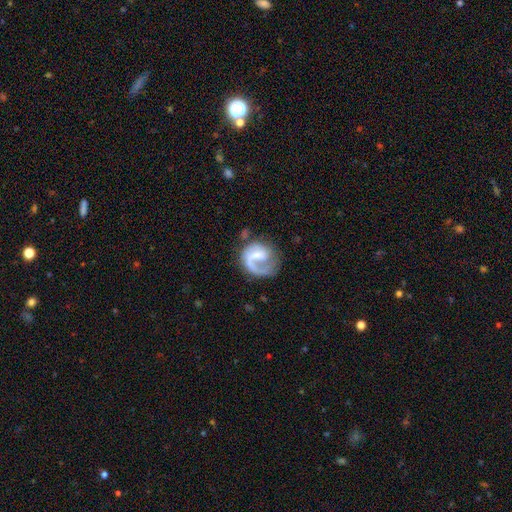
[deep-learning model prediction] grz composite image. It shows a featured or disk galaxy (73%) with a weak bar (47%), 1 (80%) loose (39%) spiral arms (86%) and a small central bulge (43%). Merging: none (45%).